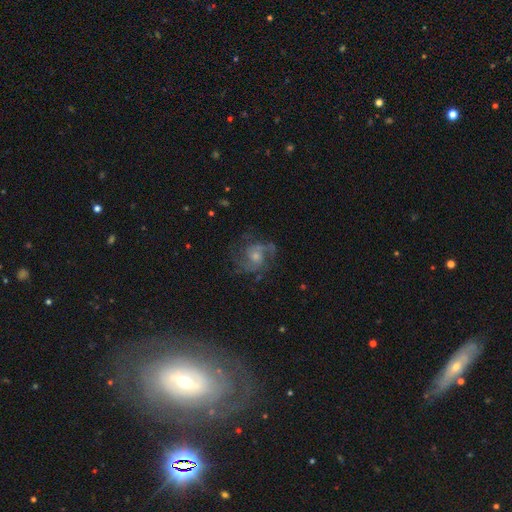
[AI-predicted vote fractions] A featured or disk galaxy (75%) with no bar (66%), 2 (44%) medium (53%) spiral arms (94%) and a moderate central bulge (49%).

Vote fractions:
- Smooth or featured? featured or disk: 75% / star or artifact: 14% / smooth: 11%
- Edge-on disk? no: 97% / yes: 3%
- Bar? no: 66% / weak: 28% / strong: 5%
- Spiral arms? yes: 94% / no: 6%
- Spiral winding? medium: 53% / tight: 29% / loose: 18%
- Spiral arm count? 2: 44% / 3: 23% / can't tell: 18% / 4: 6% / 1: 5% / more than 4: 5%
- Bulge size? moderate: 49% / small: 39% / large: 6% / none: 5% / dominant: 1%
- Merging? none: 72% / minor disturbance: 15% / major disturbance: 11% / merger: 2%